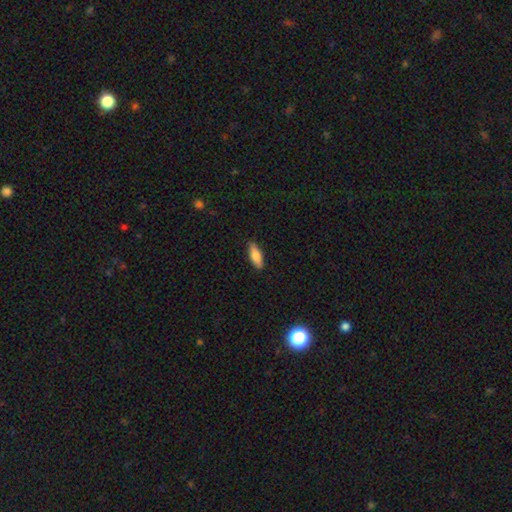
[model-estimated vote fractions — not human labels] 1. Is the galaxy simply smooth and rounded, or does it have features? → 77% smooth, 17% featured or disk, 6% star or artifact.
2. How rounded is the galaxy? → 60% in between, 38% cigar-shaped, 2% round.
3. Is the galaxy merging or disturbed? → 88% none, 9% minor disturbance, 2% major disturbance, 1% merger.